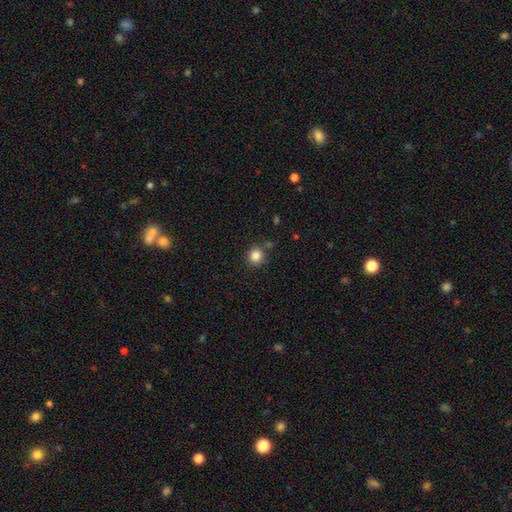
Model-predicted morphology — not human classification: A smooth galaxy with no disk features (84%) that is round (92%).

Vote fractions:
- Smooth or featured? smooth: 84% / star or artifact: 11% / featured or disk: 4%
- How rounded? round: 92% / in between: 8% / cigar-shaped: 1%
- Merging? none: 82% / minor disturbance: 9% / merger: 5% / major disturbance: 3%